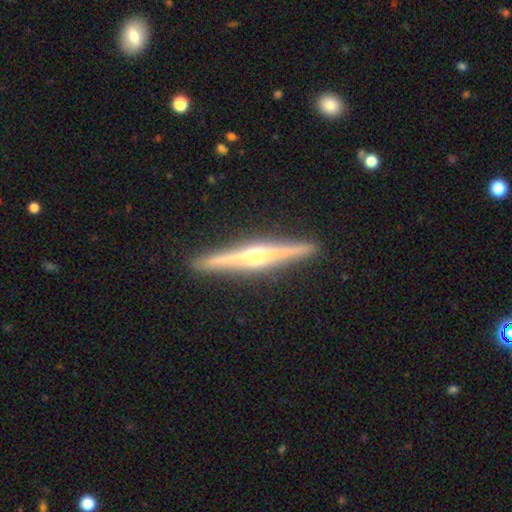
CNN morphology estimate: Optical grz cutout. It shows a featured or disk galaxy (85%) viewed edge-on (99%) with a rounded central bulge (88%). Merging: none (92%).